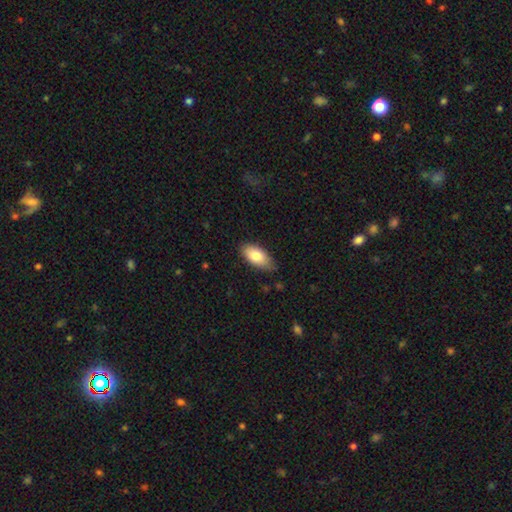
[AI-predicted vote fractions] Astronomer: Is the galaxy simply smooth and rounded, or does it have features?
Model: smooth — 81%.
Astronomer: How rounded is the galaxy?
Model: in between — 92%.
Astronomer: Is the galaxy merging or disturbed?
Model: none — 75%.